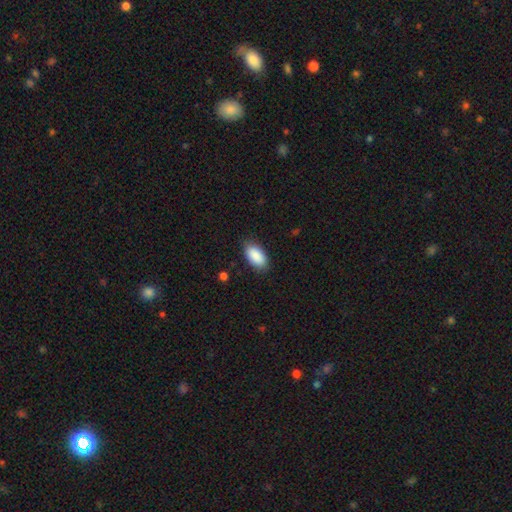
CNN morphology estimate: A smooth galaxy with no disk features (90%) that is in between round and cigar-shaped (95%). Merging: none (86%).